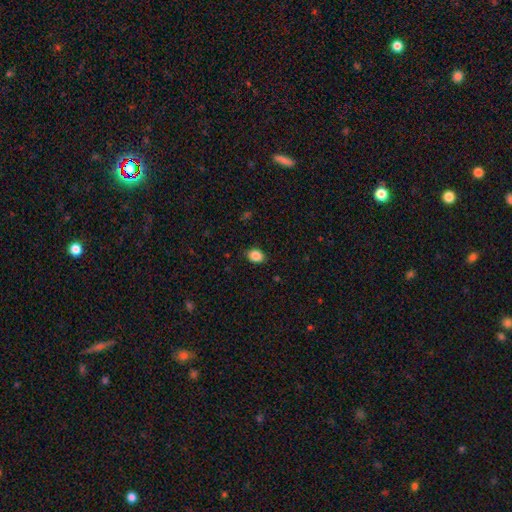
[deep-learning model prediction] Morphology: type=smooth (87%); roundness=in between (60%); merging=none (88%).